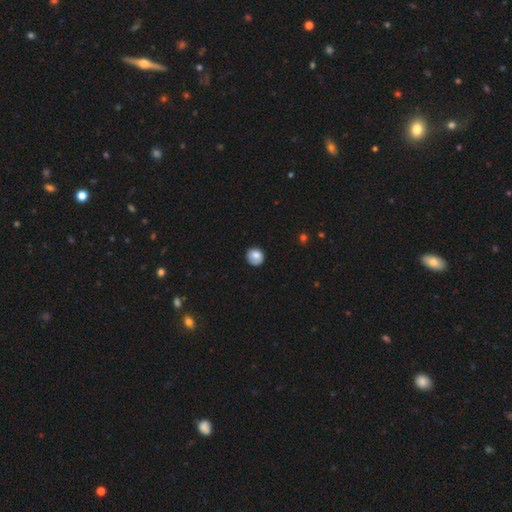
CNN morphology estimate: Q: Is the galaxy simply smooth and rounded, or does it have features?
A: smooth — 80%.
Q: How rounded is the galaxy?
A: round — 86%.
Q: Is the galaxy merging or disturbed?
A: none — 79%.